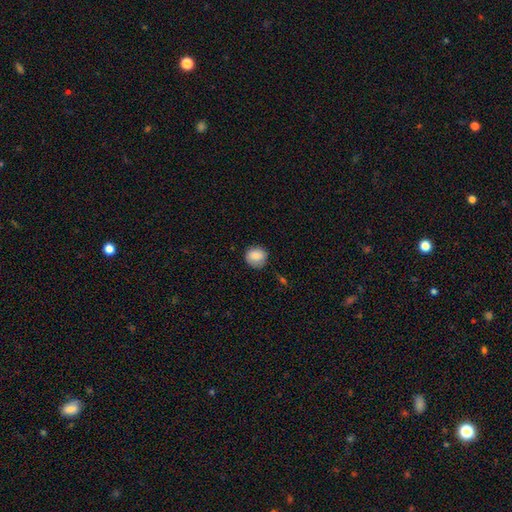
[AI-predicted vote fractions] smooth 86%, star or artifact 8%, featured or disk 6%. Down the decision tree: how rounded — round (83%); merging — none (78%).